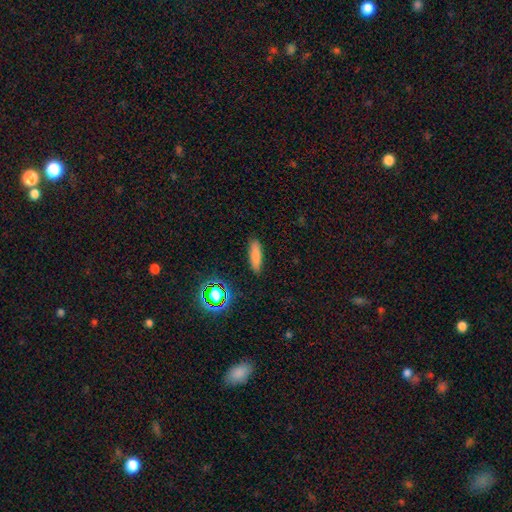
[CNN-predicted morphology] Smooth or featured? smooth (79%)
How rounded? cigar-shaped (65%)
Merging? none (87%)